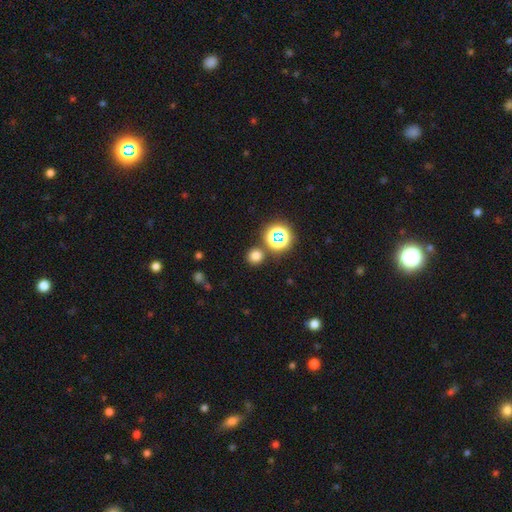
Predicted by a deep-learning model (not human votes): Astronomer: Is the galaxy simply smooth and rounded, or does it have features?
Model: smooth — 71%.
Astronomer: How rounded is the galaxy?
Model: round — 92%.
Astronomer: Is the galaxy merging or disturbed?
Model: none — 85%.